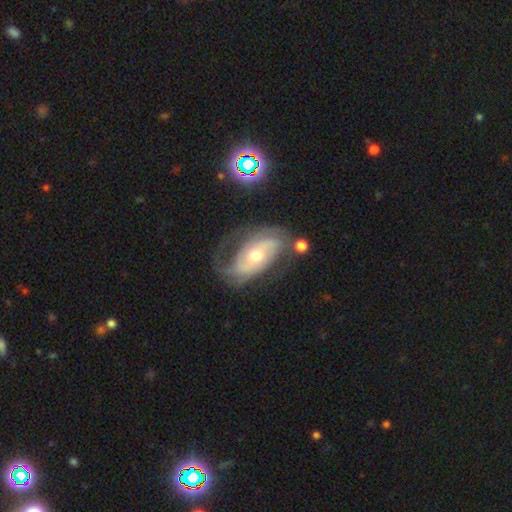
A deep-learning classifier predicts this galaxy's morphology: smooth_or_featured: featured or disk (p=0.78) [alt: smooth p=0.15]
disk_edge_on: no (p=0.94) [alt: yes p=0.06]
bar: no (p=0.51) [alt: weak p=0.31]
has_spiral_arms: yes (p=0.87) [alt: no p=0.13]
spiral_winding: medium (p=0.41) [alt: loose p=0.31]
spiral_arm_count: 2 (p=0.69) [alt: can't tell p=0.16]
bulge_size: moderate (p=0.60) [alt: small p=0.34]
merging: none (p=0.53) [alt: minor disturbance p=0.22]